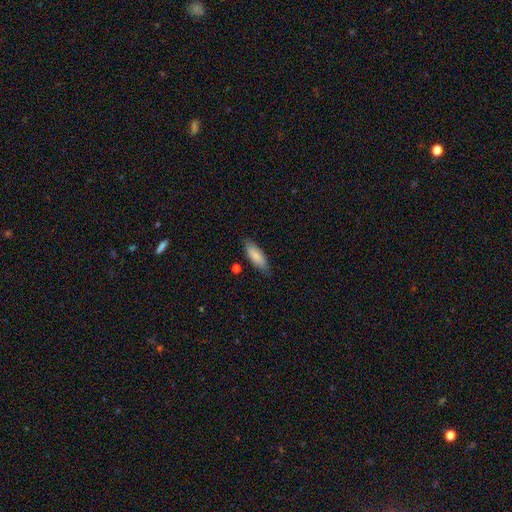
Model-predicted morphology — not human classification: Q: Smooth or featured?
A: smooth (84%); runner-up: featured or disk (10%)
Q: How rounded?
A: in between (65%); runner-up: cigar-shaped (34%)
Q: Merging?
A: none (82%); runner-up: minor disturbance (14%)